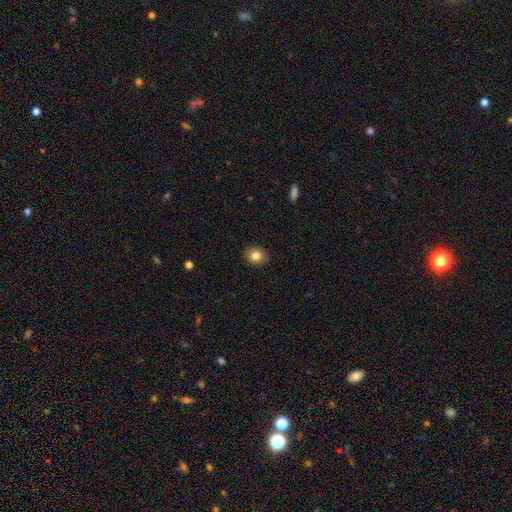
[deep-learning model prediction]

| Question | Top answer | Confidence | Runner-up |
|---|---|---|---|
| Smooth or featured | smooth | 83% | star or artifact (10%) |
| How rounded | round | 66% | in between (33%) |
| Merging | none | 89% | minor disturbance (9%) |